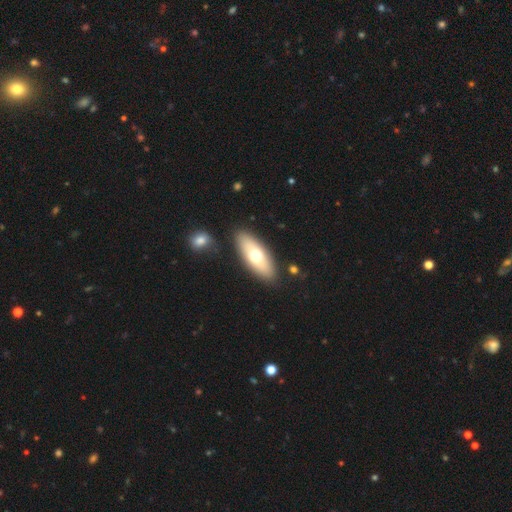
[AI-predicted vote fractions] This appears to be a smooth galaxy with no disk features (63%) that is in between round and cigar-shaped (75%). Merging: none (85%).